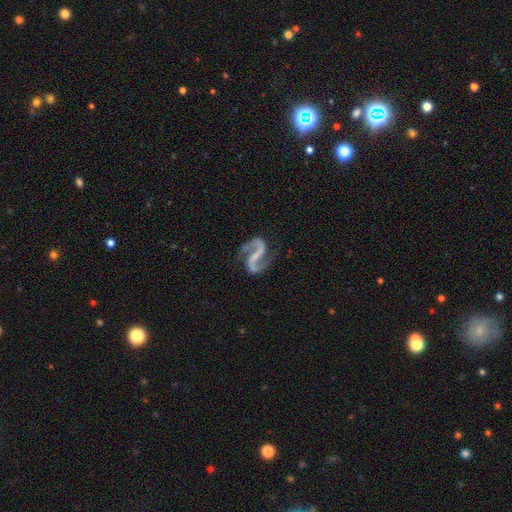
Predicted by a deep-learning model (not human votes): Smooth or featured? featured or disk (93%)
Edge-on disk? no (98%)
Bar? strong (48%)
Spiral arms? yes (98%)
Spiral winding? loose (46%)
Spiral arm count? 2 (94%)
Bulge size? small (48%)
Merging? none (78%)